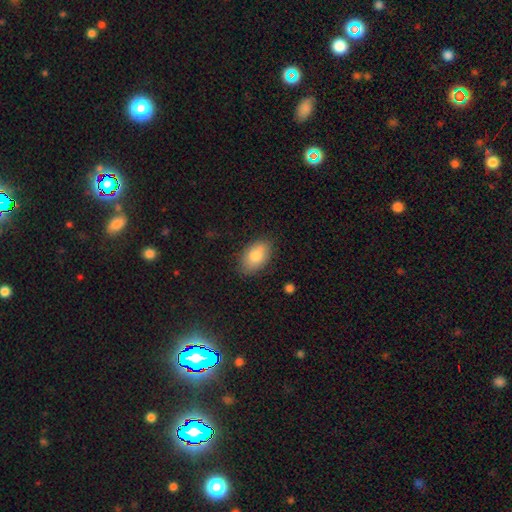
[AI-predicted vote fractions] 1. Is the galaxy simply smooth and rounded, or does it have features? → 84% smooth, 9% featured or disk, 7% star or artifact.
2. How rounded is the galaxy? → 92% in between, 7% round, 1% cigar-shaped.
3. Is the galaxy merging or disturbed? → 82% none, 14% minor disturbance, 3% major disturbance, 1% merger.